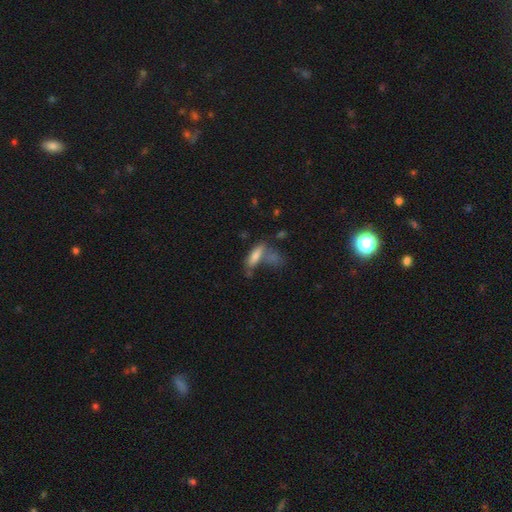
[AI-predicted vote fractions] Smooth or featured? smooth (72%)
How rounded? in between (53%)
Merging? none (41%)